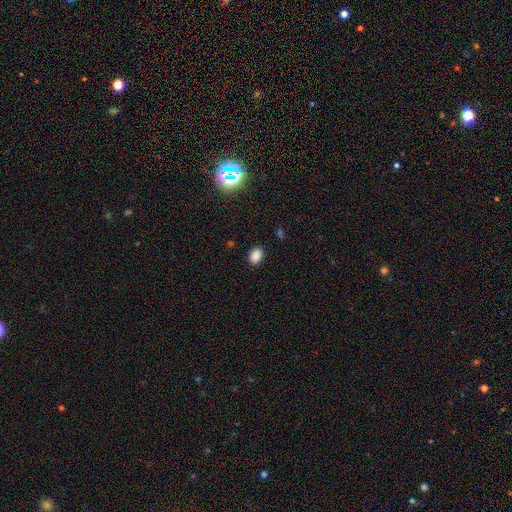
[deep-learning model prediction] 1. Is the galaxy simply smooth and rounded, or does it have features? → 86% smooth, 11% star or artifact, 3% featured or disk.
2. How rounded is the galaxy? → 71% in between, 28% round, 1% cigar-shaped.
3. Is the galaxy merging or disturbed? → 88% none, 8% minor disturbance, 2% major disturbance, 1% merger.